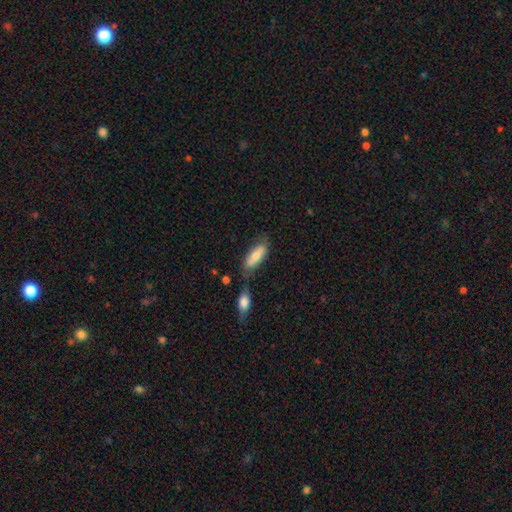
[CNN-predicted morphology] Q: Smooth or featured?
A: smooth (71%); runner-up: featured or disk (23%)
Q: How rounded?
A: in between (70%); runner-up: cigar-shaped (28%)
Q: Merging?
A: none (56%); runner-up: minor disturbance (21%)